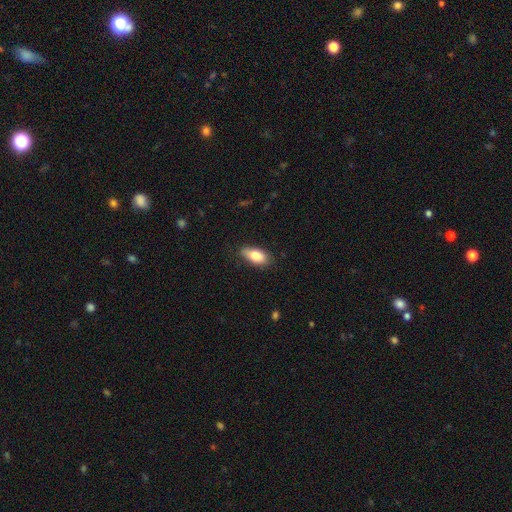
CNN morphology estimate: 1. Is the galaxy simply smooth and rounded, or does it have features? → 82% smooth, 11% featured or disk, 7% star or artifact.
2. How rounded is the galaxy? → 88% in between, 9% cigar-shaped, 3% round.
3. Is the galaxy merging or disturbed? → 80% none, 16% minor disturbance, 3% major disturbance, 1% merger.